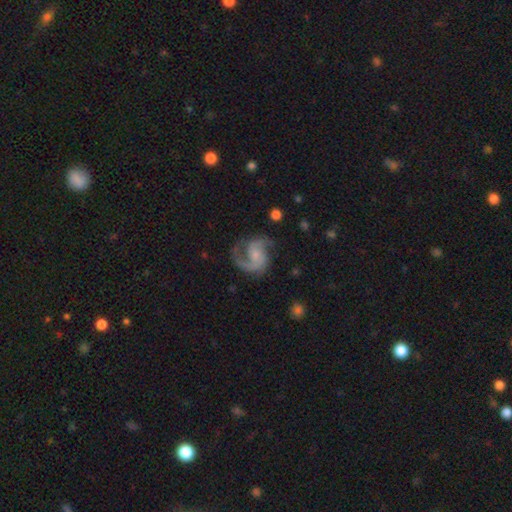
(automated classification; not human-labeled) Smooth or featured? featured or disk (88%)
Edge-on disk? no (98%)
Bar? no (63%)
Spiral arms? yes (97%)
Spiral winding? medium (57%)
Spiral arm count? 2 (81%)
Bulge size? small (51%)
Merging? none (67%)